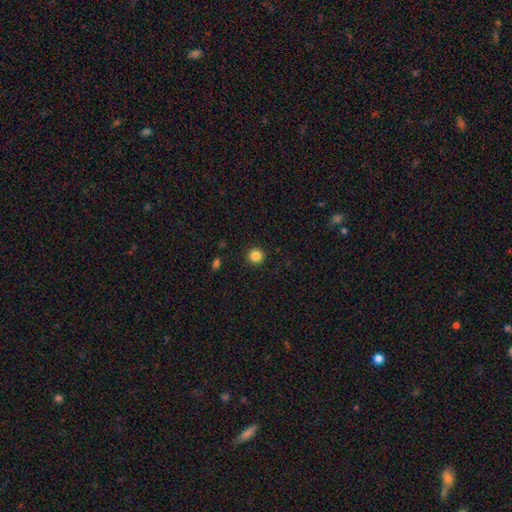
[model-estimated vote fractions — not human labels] A smooth galaxy with no disk features (85%) that is round (94%).

Vote fractions:
- Smooth or featured? smooth: 85% / star or artifact: 11% / featured or disk: 4%
- How rounded? round: 94% / in between: 5% / cigar-shaped: 1%
- Merging? none: 92% / minor disturbance: 5% / major disturbance: 2% / merger: 1%